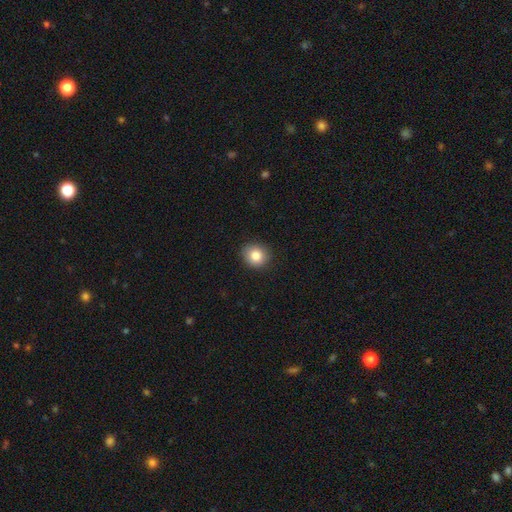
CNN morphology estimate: The model was most divided on "how rounded": round: 79%, in between: 20%, cigar-shaped: 1%. More confident: merging — none (89%); smooth or featured — smooth (85%).